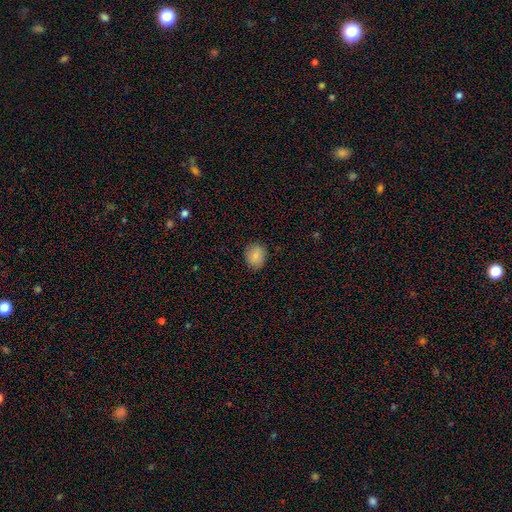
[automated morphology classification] smooth_or_featured: smooth (p=0.85) [alt: star or artifact p=0.08]
how_rounded: round (p=0.63) [alt: in between p=0.36]
merging: none (p=0.84) [alt: minor disturbance p=0.12]